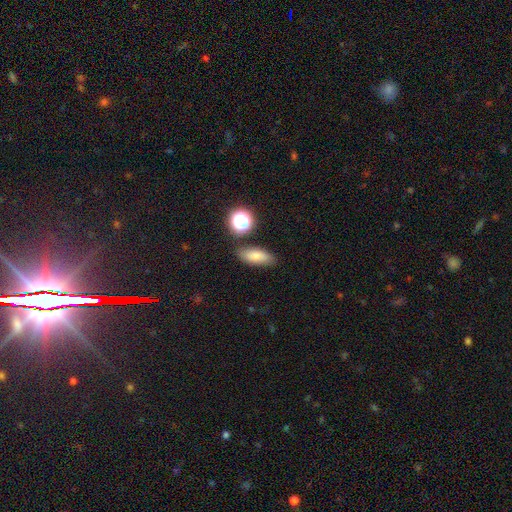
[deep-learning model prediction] smooth_or_featured: smooth (p=0.76) [alt: star or artifact p=0.12]
how_rounded: in between (p=0.71) [alt: cigar-shaped p=0.19]
merging: none (p=0.80) [alt: minor disturbance p=0.12]